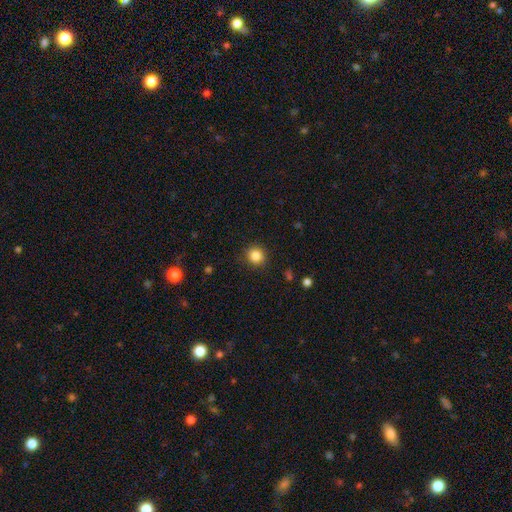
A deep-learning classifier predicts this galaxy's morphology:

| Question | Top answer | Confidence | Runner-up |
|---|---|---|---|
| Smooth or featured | smooth | 84% | star or artifact (11%) |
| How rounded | round | 90% | in between (9%) |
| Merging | none | 90% | minor disturbance (6%) |